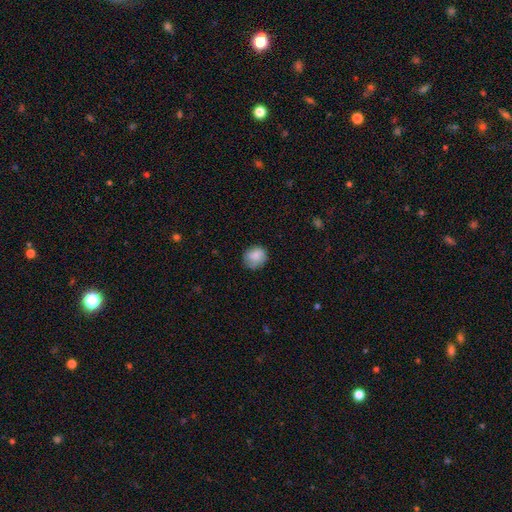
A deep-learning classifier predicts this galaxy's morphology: smooth-or-featured: smooth: 82% | featured or disk: 11% | star or artifact: 8%
  how-rounded: round: 74% | in between: 25% | cigar-shaped: 1%
  merging: none: 72% | minor disturbance: 21% | major disturbance: 6% | merger: 1%